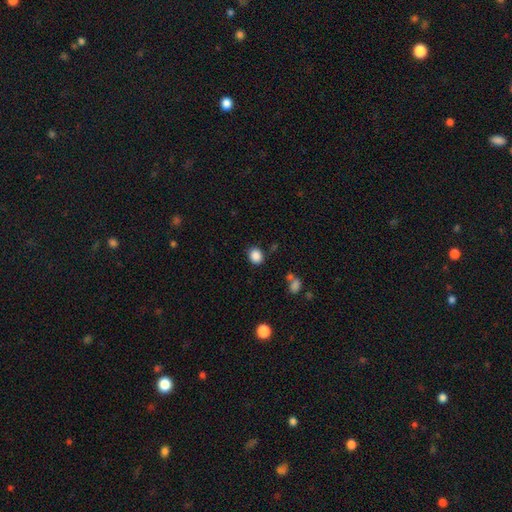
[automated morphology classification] Smooth or featured? Predicted: smooth (p=0.87). How rounded? Predicted: round (p=0.65). Merging? Predicted: none (p=0.82).